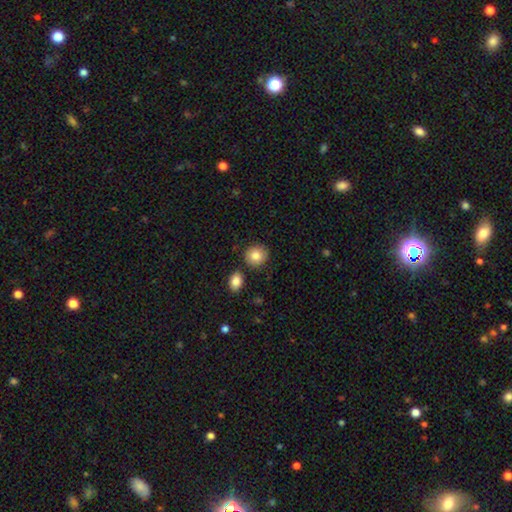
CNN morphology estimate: A smooth galaxy with no disk features (84%) that is round (81%).

Vote fractions:
- Smooth or featured? smooth: 84% / featured or disk: 8% / star or artifact: 8%
- How rounded? round: 81% / in between: 18% / cigar-shaped: 1%
- Merging? none: 82% / minor disturbance: 10% / merger: 6% / major disturbance: 2%